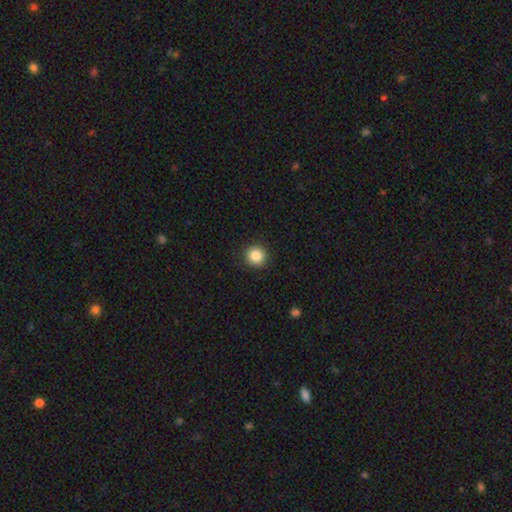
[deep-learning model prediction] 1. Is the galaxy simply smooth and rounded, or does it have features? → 85% smooth, 10% star or artifact, 5% featured or disk.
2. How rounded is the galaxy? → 94% round, 5% in between, 1% cigar-shaped.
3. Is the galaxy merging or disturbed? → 91% none, 6% minor disturbance, 2% major disturbance, 1% merger.